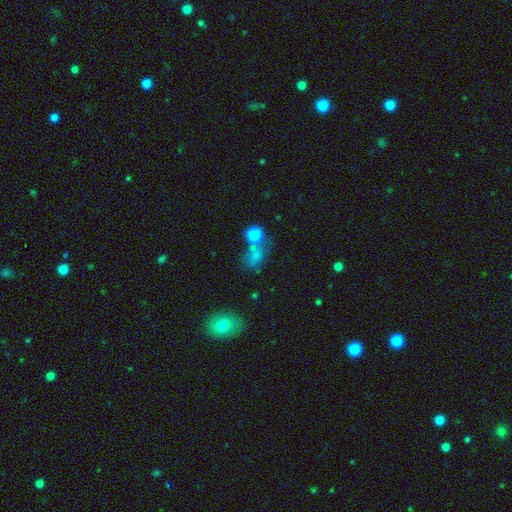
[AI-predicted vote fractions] This is likely a smooth galaxy (68%). How rounded: possibly in between (53%). Merging: marginally none (38%).